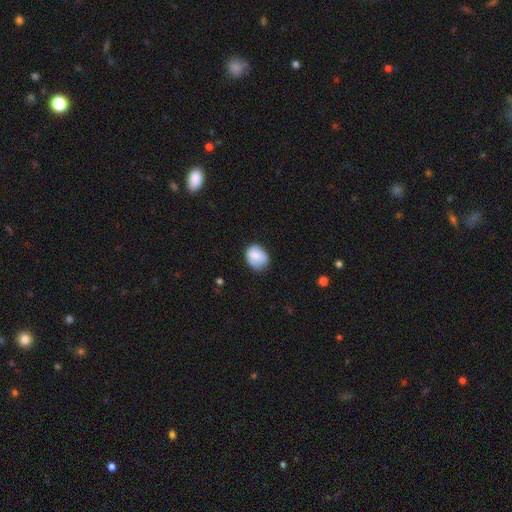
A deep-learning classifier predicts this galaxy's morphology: smooth-or-featured: smooth: 83% | featured or disk: 10% | star or artifact: 8%
  how-rounded: in between: 53% | round: 47% | cigar-shaped: 1%
  merging: none: 65% | minor disturbance: 28% | major disturbance: 6% | merger: 2%